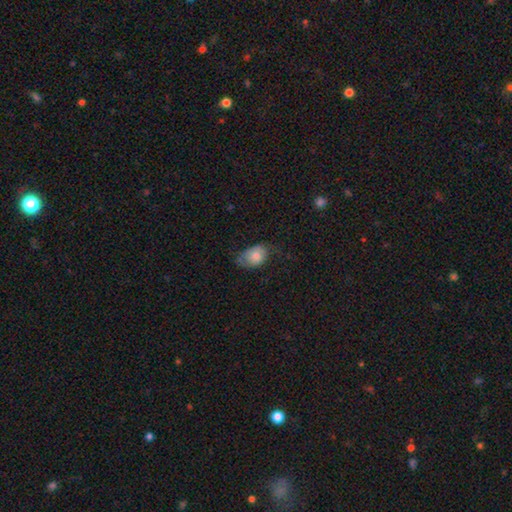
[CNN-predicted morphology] Overall: smooth (63%; featured or disk 30%). How rounded: in between (77%). Merging: none (46%; minor disturbance 32%).